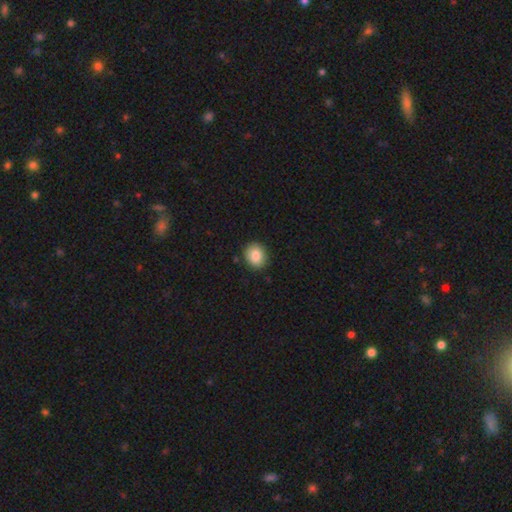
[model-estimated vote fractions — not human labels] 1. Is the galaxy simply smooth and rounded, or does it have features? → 84% smooth, 8% star or artifact, 7% featured or disk.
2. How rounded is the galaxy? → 65% round, 34% in between, 1% cigar-shaped.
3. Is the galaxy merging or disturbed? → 88% none, 8% minor disturbance, 2% major disturbance, 1% merger.